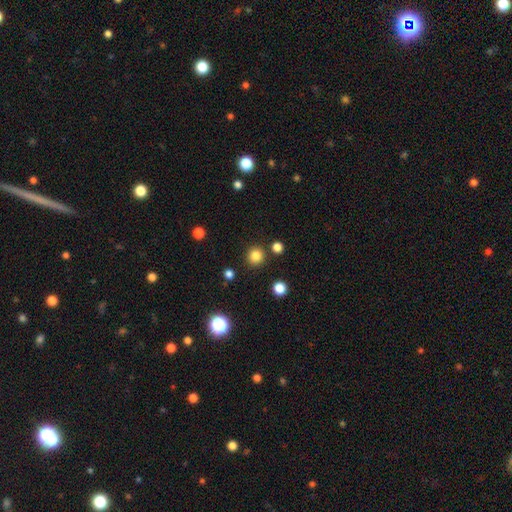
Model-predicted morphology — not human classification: A smooth galaxy with no disk features (82%) that is round (94%).

Vote fractions:
- Smooth or featured? smooth: 82% / star or artifact: 14% / featured or disk: 4%
- How rounded? round: 94% / in between: 5% / cigar-shaped: 1%
- Merging? none: 89% / minor disturbance: 6% / merger: 4% / major disturbance: 2%